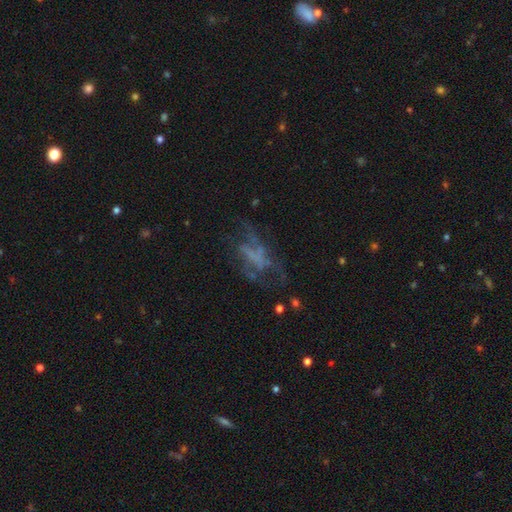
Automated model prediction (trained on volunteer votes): A featured or disk galaxy (57%) with no bar (69%), no spiral arms (65%) and no central bulge (78%). Merging: none (40%).